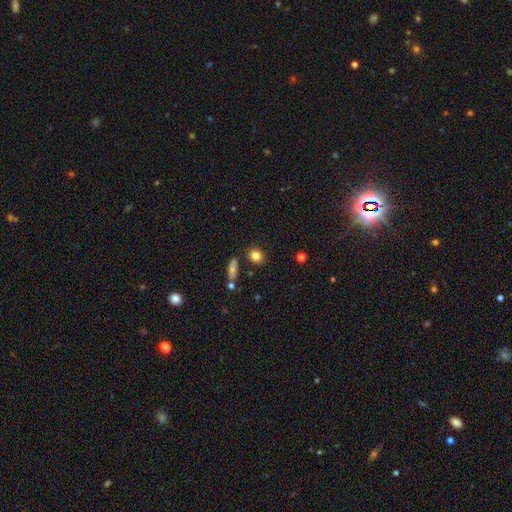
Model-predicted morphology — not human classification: type=smooth (82%); roundness=round (64%); merging=none (80%).